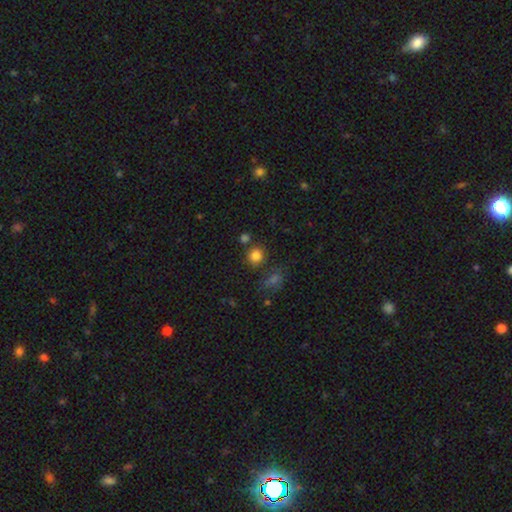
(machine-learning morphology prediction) smooth-or-featured: smooth: 82% | star or artifact: 13% | featured or disk: 5%
  how-rounded: round: 86% | in between: 13% | cigar-shaped: 1%
  merging: none: 78% | merger: 10% | minor disturbance: 9% | major disturbance: 4%